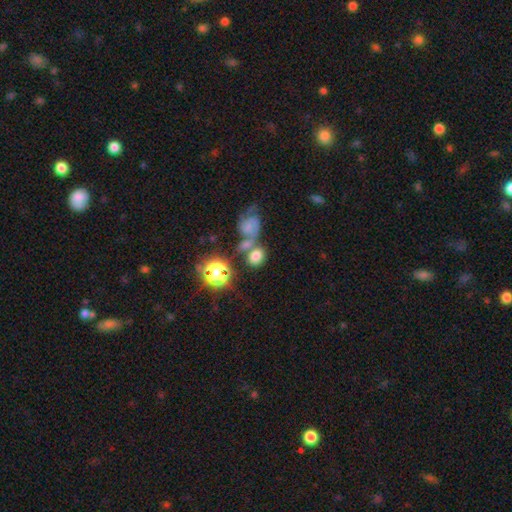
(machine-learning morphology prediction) Smooth or featured: smooth — 65% (star or artifact — 18%)
How rounded: in between — 54% (round — 44%)
Merging: merger — 41% (none — 39%)